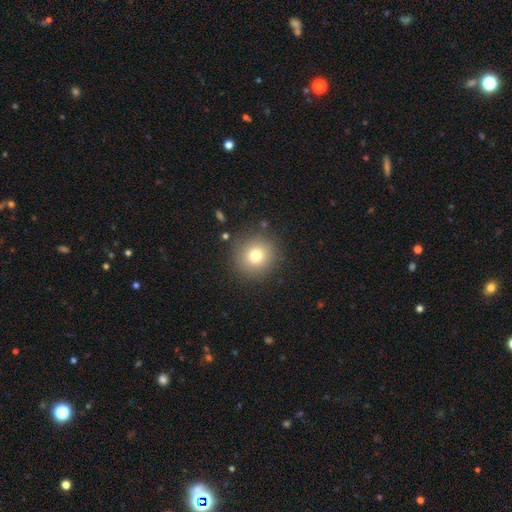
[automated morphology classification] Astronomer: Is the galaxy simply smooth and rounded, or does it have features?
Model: smooth — 76%.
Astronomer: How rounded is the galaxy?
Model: round — 93%.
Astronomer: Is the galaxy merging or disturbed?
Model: none — 87%.